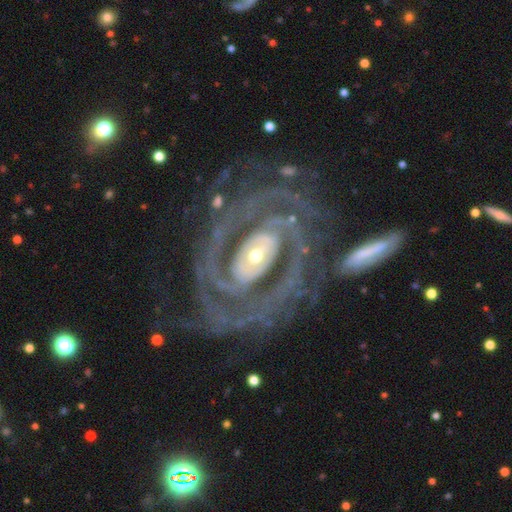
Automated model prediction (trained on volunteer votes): Overall: featured or disk (92%). Edge-on disk: no (97%). Bar: no (49%; weak 28%). Spiral arms: yes (97%). Spiral arm count: 2 (31%; can't tell 19%). Spiral winding: tight (65%; medium 26%). Bulge size: small (46%; moderate 44%). Merging: none (67%).